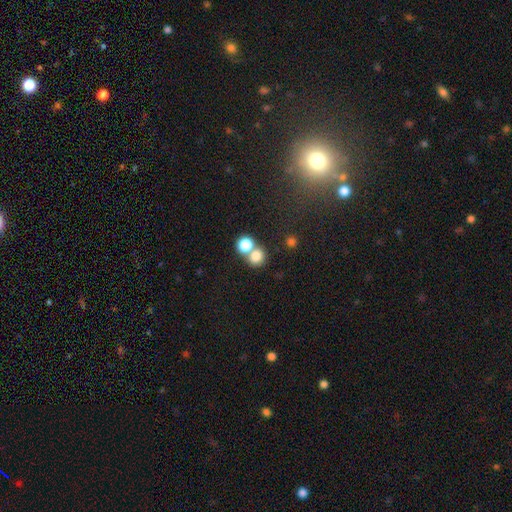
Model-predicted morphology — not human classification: A smooth galaxy with no disk features (78%) that is round (81%). Merging: merger (46%).